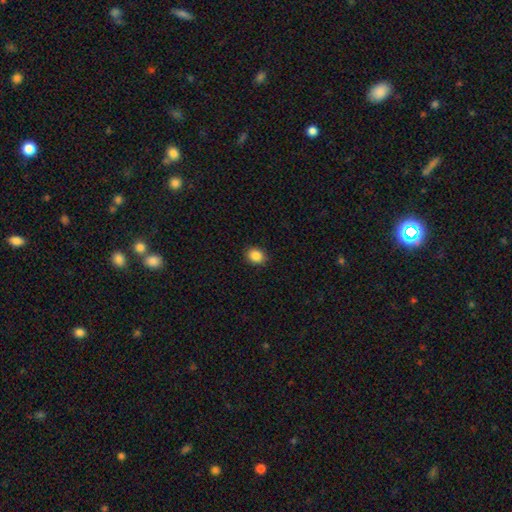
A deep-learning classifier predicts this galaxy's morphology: Smooth or featured: smooth — 87% (star or artifact — 9%)
How rounded: round — 53% (in between — 46%)
Merging: none — 90% (minor disturbance — 7%)